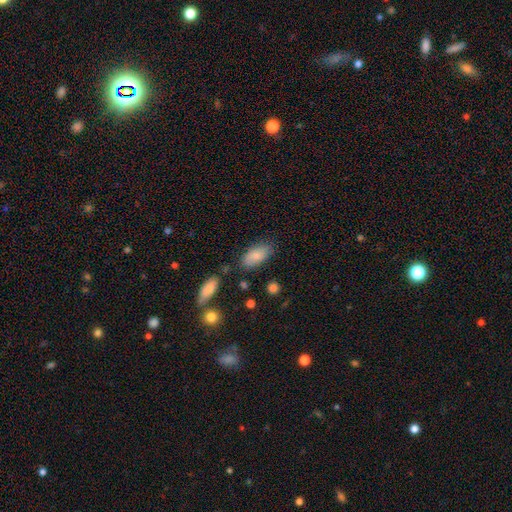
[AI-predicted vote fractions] Overall: smooth (80%). How rounded: in between (92%). Merging: none (74%).